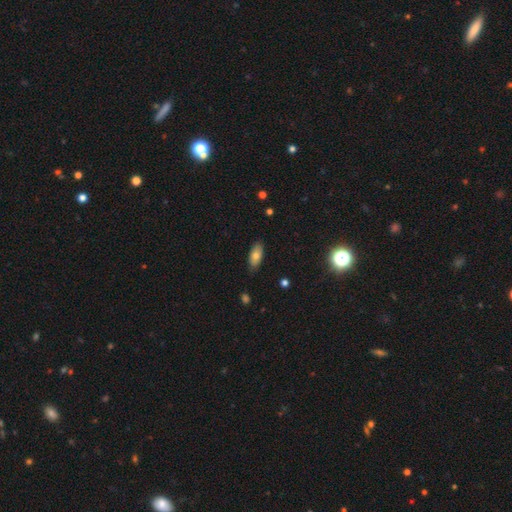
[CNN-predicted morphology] Smooth or featured?
  - smooth: 73% *
  - featured or disk: 18%
  - star or artifact: 8%
How rounded?
  - in between: 87% *
  - cigar-shaped: 10%
  - round: 3%
Merging?
  - none: 84% *
  - minor disturbance: 13%
  - major disturbance: 2%
  - merger: 1%